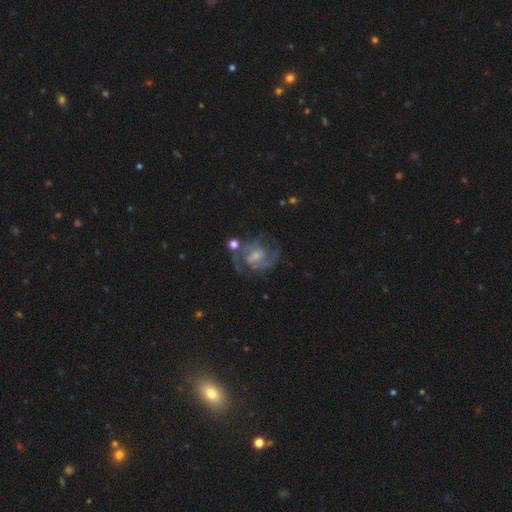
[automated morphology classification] type=featured or disk (83%); edge-on=no (98%); bar=weak (52%); spiral arms=yes (96%); winding=medium (52%); arm count=2 (73%); bulge=small (53%); merging=none (68%).